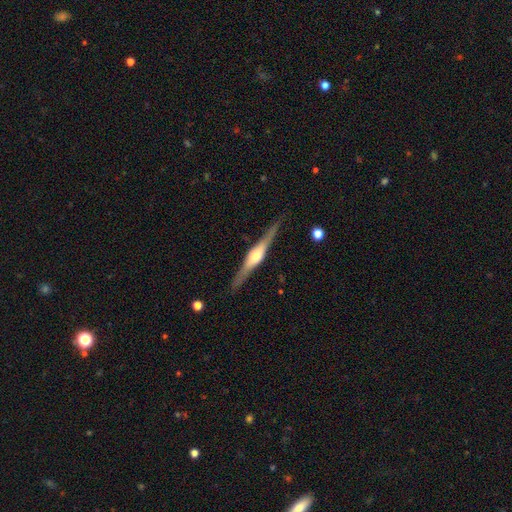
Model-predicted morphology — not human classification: Smooth or featured?
  - featured or disk: 79% *
  - smooth: 16%
  - star or artifact: 5%
Edge-on disk?
  - yes: 98% *
  - no: 2%
Edge-on bulge?
  - rounded: 85% *
  - boxy: 12%
  - none: 3%
Merging?
  - none: 88% *
  - minor disturbance: 9%
  - major disturbance: 2%
  - merger: 1%